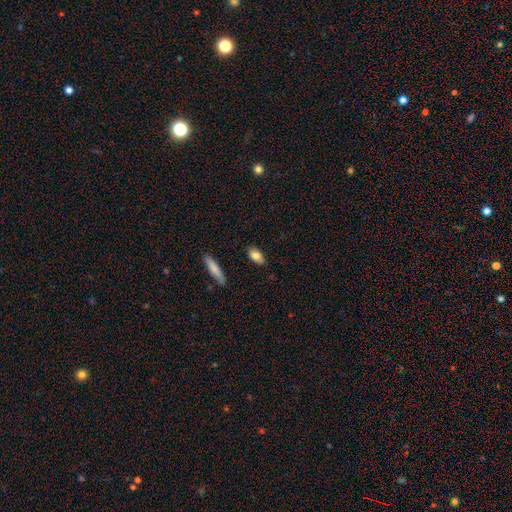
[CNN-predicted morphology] Overall: smooth (82%). How rounded: in between (86%). Merging: none (85%).